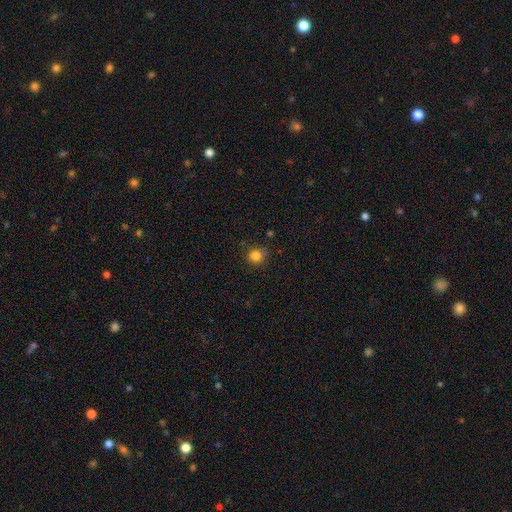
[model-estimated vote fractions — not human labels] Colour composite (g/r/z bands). It shows a smooth galaxy with no disk features (83%) that is round (91%). Merging: none (82%).